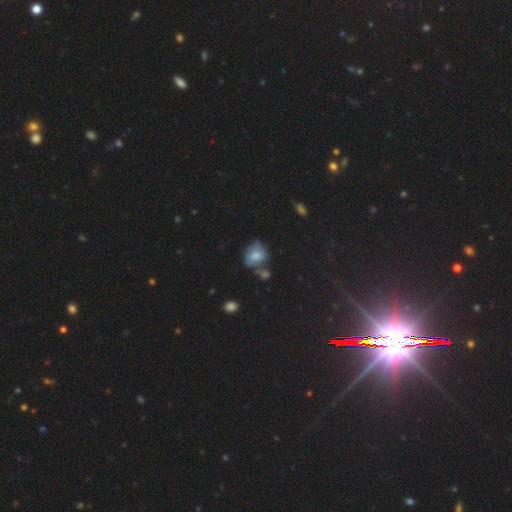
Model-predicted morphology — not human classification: type=smooth (57%); roundness=in between (50%); merging=none (41%).